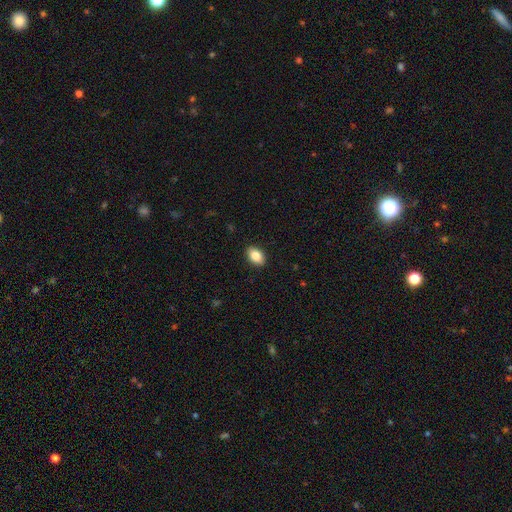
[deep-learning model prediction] This appears to be a smooth galaxy with no disk features (84%) that is in between round and cigar-shaped (88%). Merging: none (90%).